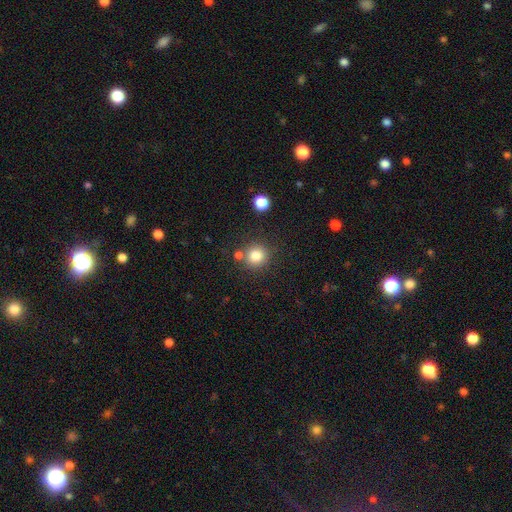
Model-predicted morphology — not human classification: Smooth or featured?
  - smooth: 82% *
  - star or artifact: 12%
  - featured or disk: 7%
How rounded?
  - round: 91% *
  - in between: 8%
  - cigar-shaped: 1%
Merging?
  - none: 77% *
  - merger: 11%
  - minor disturbance: 9%
  - major disturbance: 3%